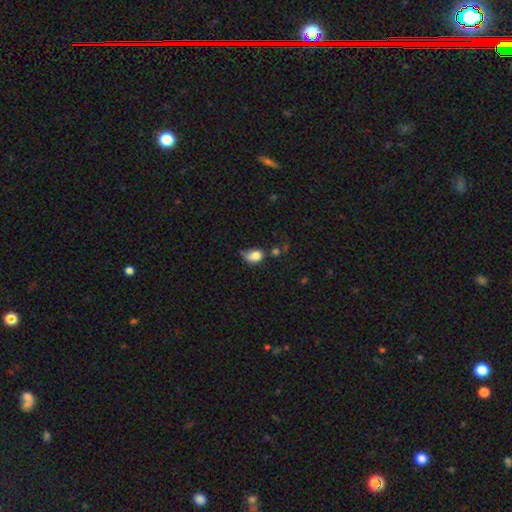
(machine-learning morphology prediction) Smooth or featured?
  - smooth: 82% *
  - star or artifact: 10%
  - featured or disk: 8%
How rounded?
  - in between: 70% *
  - round: 28%
  - cigar-shaped: 1%
Merging?
  - minor disturbance: 39% *
  - none: 34%
  - major disturbance: 17%
  - merger: 11%